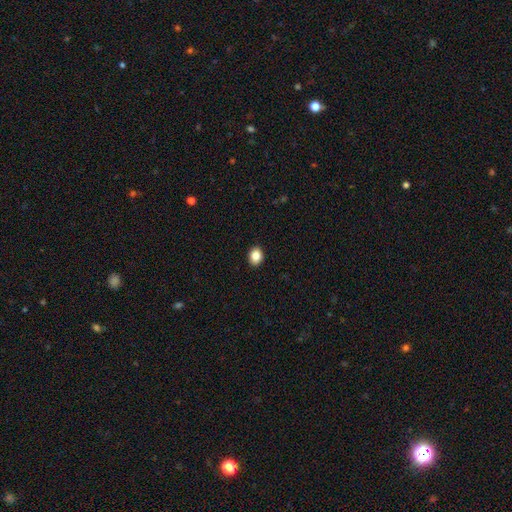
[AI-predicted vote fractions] smooth_or_featured: smooth (p=0.85) [alt: star or artifact p=0.09]
how_rounded: in between (p=0.55) [alt: round p=0.44]
merging: none (p=0.91) [alt: minor disturbance p=0.06]